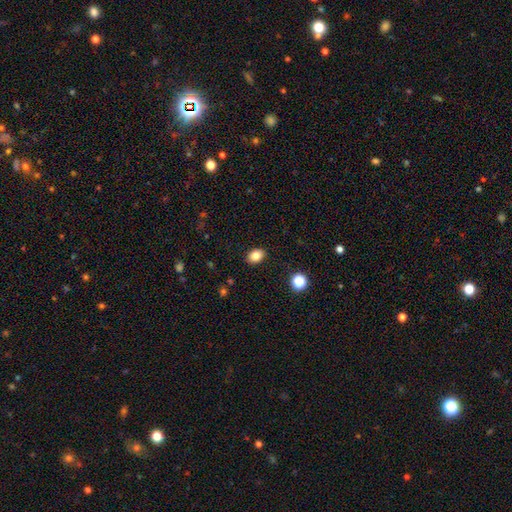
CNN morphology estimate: Q: Smooth or featured?
A: smooth (83%); runner-up: star or artifact (10%)
Q: How rounded?
A: in between (74%); runner-up: round (25%)
Q: Merging?
A: none (89%); runner-up: minor disturbance (8%)